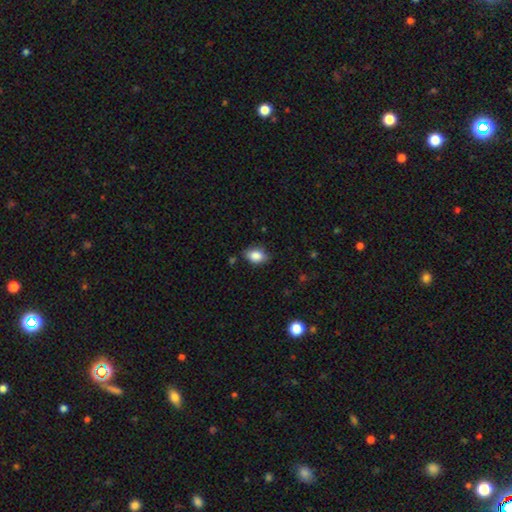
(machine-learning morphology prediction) Smooth or featured?
  - smooth: 86% *
  - star or artifact: 8%
  - featured or disk: 6%
How rounded?
  - in between: 77% *
  - round: 22%
  - cigar-shaped: 1%
Merging?
  - none: 74% *
  - minor disturbance: 20%
  - major disturbance: 4%
  - merger: 2%